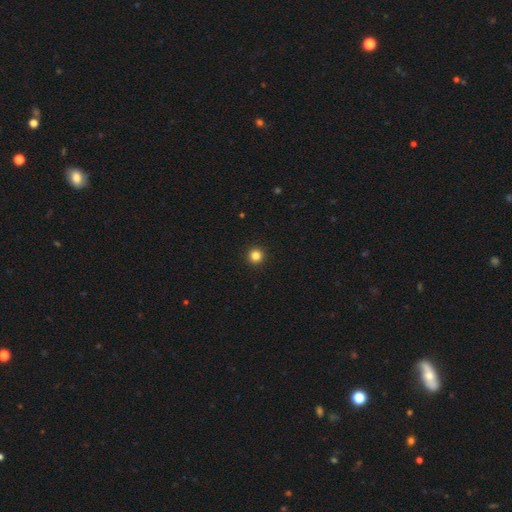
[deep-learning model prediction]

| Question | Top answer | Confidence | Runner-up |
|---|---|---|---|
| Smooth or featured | smooth | 83% | star or artifact (13%) |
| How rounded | round | 96% | in between (3%) |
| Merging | none | 94% | minor disturbance (4%) |